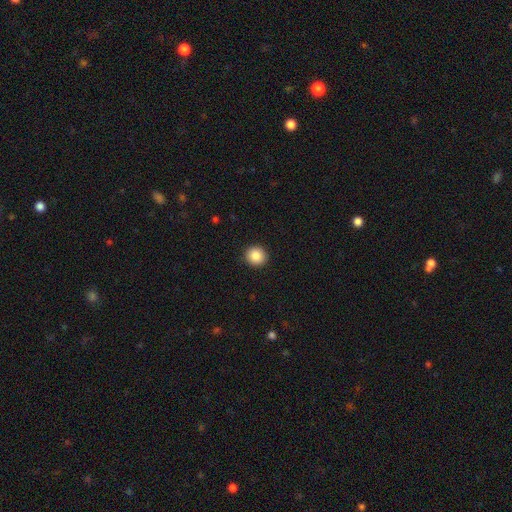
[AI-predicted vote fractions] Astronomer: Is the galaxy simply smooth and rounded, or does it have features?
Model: smooth — 86%.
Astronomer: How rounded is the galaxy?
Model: round — 91%.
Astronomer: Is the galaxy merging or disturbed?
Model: none — 92%.